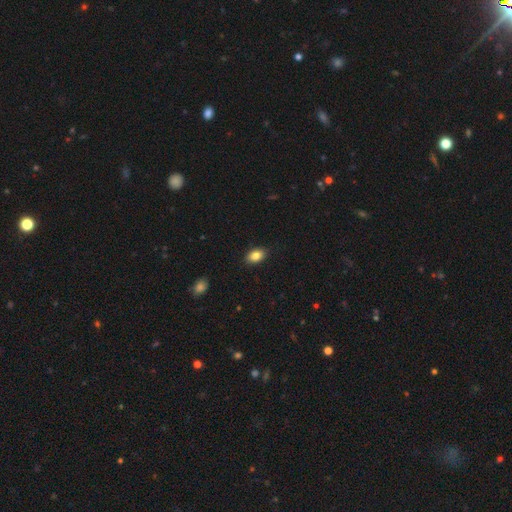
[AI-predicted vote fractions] Smooth or featured: smooth — 84% (star or artifact — 8%)
How rounded: in between — 88% (round — 11%)
Merging: none — 87% (minor disturbance — 10%)